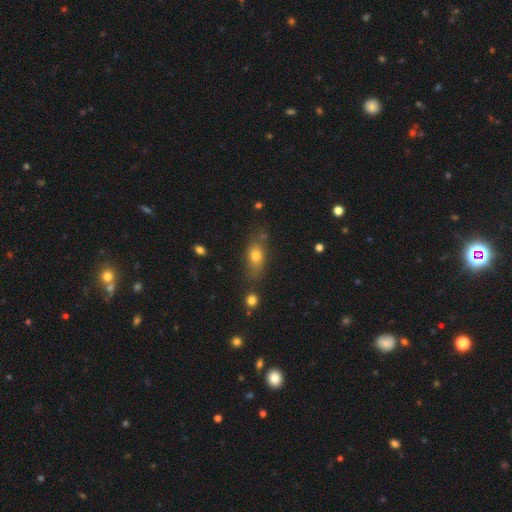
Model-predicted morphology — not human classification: type=smooth (74%); roundness=in between (74%); merging=none (65%).